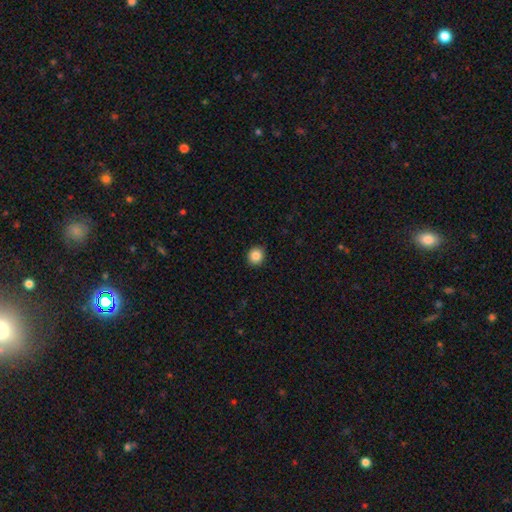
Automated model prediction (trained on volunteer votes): Morphology: type=smooth (86%); roundness=round (86%); merging=none (92%).